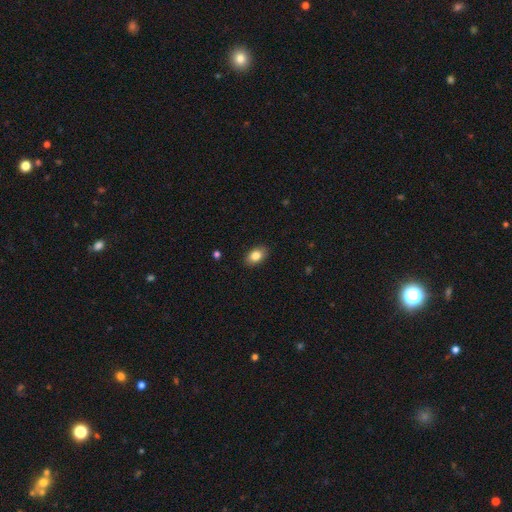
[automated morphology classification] Smooth or featured? smooth (84%)
How rounded? in between (86%)
Merging? none (88%)